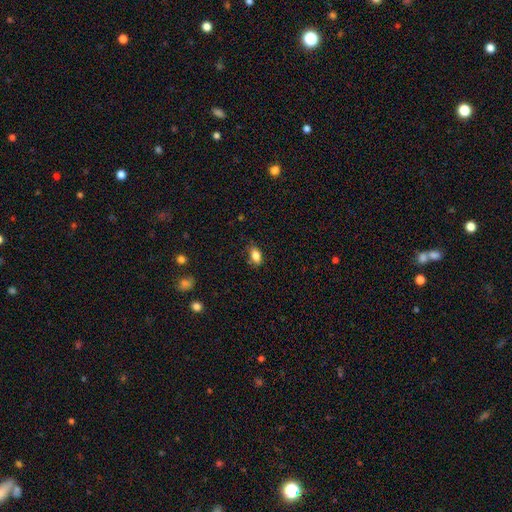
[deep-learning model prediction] The model was most divided on "merging": none: 75%, minor disturbance: 20%, major disturbance: 4%, merger: 2%. More confident: how rounded — in between (87%); smooth or featured — smooth (83%).